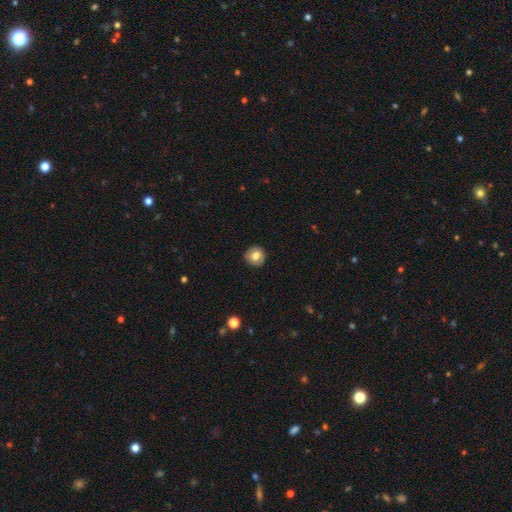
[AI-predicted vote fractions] A smooth galaxy with no disk features (76%) that is round (91%). Merging: none (89%).